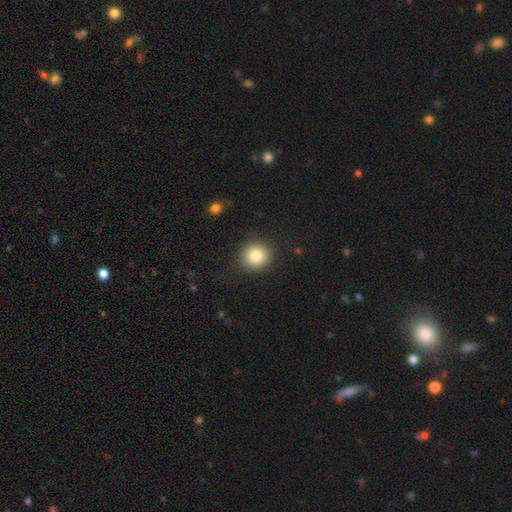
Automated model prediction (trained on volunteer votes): Morphology: type=smooth (83%); roundness=round (91%); merging=none (90%).